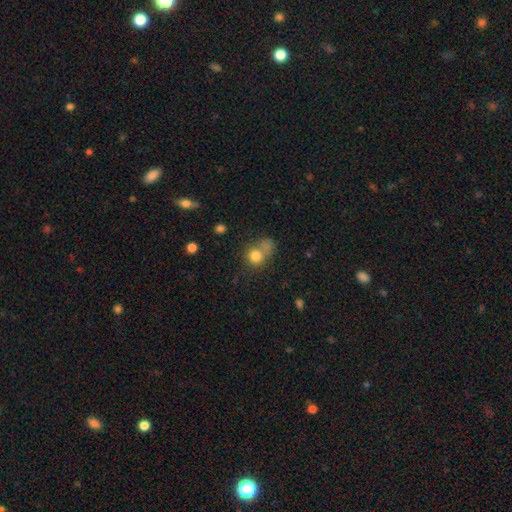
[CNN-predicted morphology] A smooth galaxy with no disk features (79%) that is round (77%).

Vote fractions:
- Smooth or featured? smooth: 79% / star or artifact: 12% / featured or disk: 9%
- How rounded? round: 77% / in between: 22% / cigar-shaped: 1%
- Merging? none: 41% / merger: 30% / minor disturbance: 16% / major disturbance: 13%